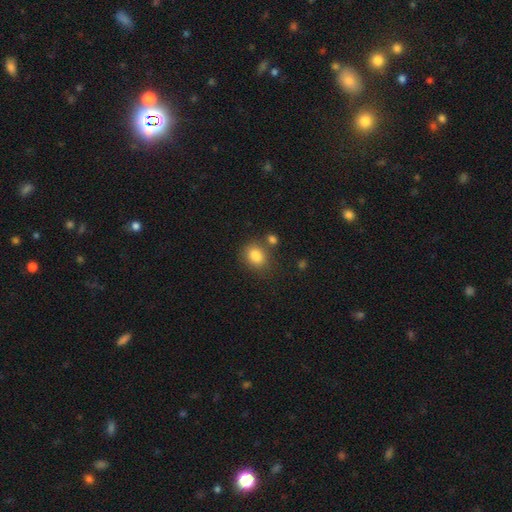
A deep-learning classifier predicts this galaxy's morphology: Smooth or featured? Predicted: smooth (p=0.84). How rounded? Predicted: in between (p=0.51). Merging? Predicted: none (p=0.70).